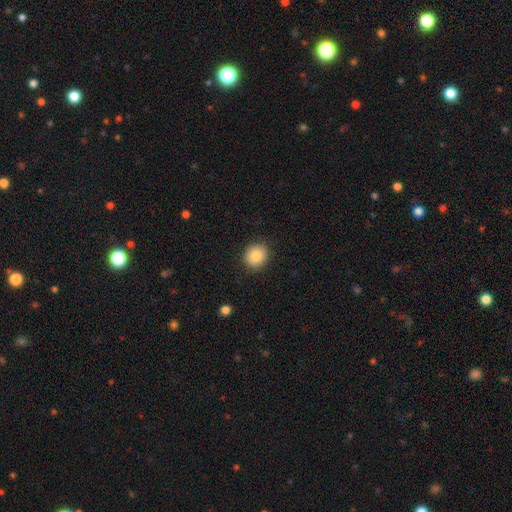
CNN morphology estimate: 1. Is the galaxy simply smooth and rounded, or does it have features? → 85% smooth, 9% star or artifact, 7% featured or disk.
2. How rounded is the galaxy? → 80% round, 19% in between, 1% cigar-shaped.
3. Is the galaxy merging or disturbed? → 89% none, 8% minor disturbance, 2% major disturbance, 1% merger.